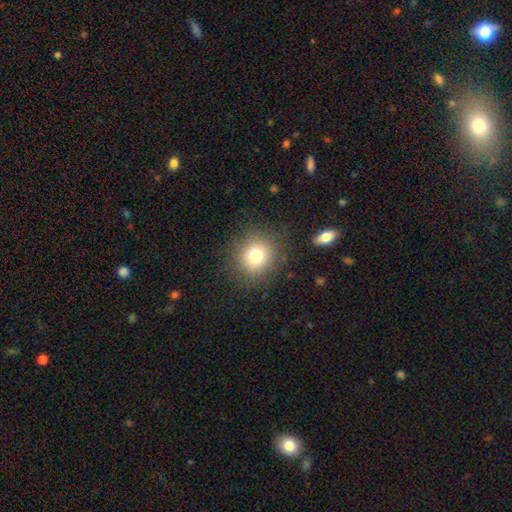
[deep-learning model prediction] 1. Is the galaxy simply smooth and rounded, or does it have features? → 76% smooth, 13% star or artifact, 10% featured or disk.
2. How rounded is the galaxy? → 86% round, 13% in between, 1% cigar-shaped.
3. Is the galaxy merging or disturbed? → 87% none, 8% minor disturbance, 4% major disturbance, 1% merger.